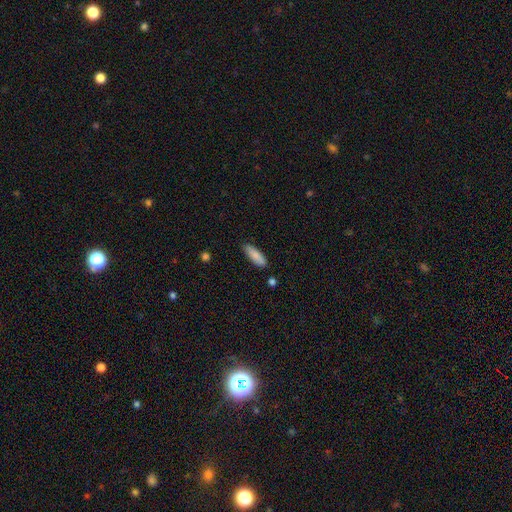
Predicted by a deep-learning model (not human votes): smooth_or_featured: smooth (p=0.86) [alt: featured or disk p=0.08]
how_rounded: cigar-shaped (p=0.51) [alt: in between p=0.47]
merging: none (p=0.83) [alt: minor disturbance p=0.13]